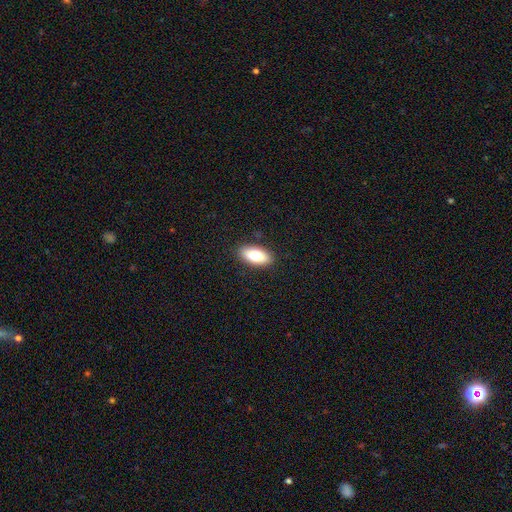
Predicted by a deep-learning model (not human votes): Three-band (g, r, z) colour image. It shows a smooth galaxy with no disk features (78%) that is in between round and cigar-shaped (89%). Merging: none (88%).